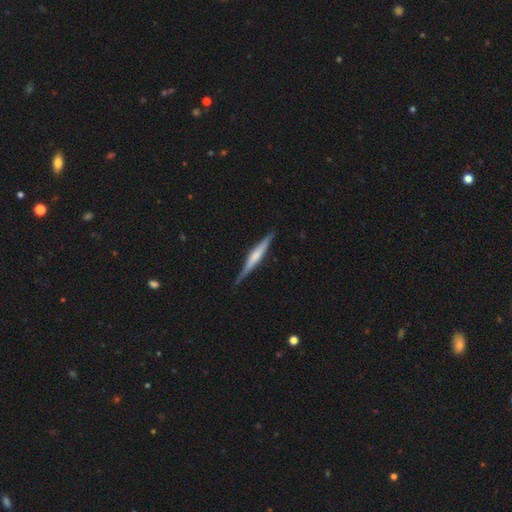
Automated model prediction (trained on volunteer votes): Smooth or featured: featured or disk — 60% (smooth — 35%)
Edge-on disk: yes — 97% (no — 3%)
Edge-on bulge: rounded — 44% (none — 29%)
Merging: none — 84% (minor disturbance — 13%)